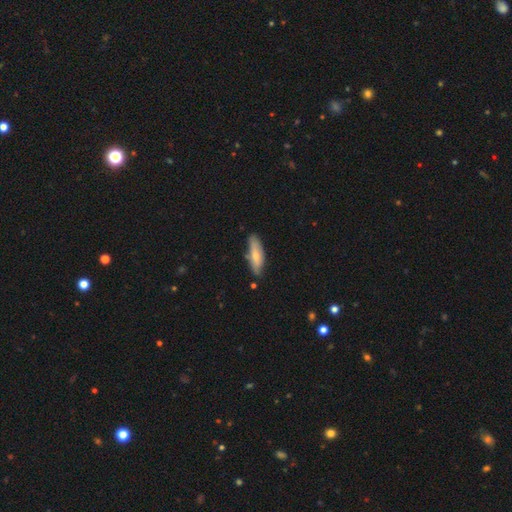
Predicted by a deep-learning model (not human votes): Smooth or featured? smooth (66%)
How rounded? cigar-shaped (49%, tied with in between)
Merging? none (71%)